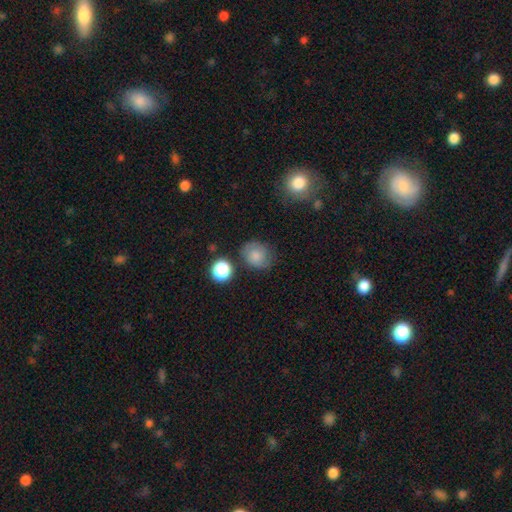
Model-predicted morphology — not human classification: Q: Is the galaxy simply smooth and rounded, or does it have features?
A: smooth — 73%.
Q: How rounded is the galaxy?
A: round — 72%.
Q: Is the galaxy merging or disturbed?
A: none — 69%.